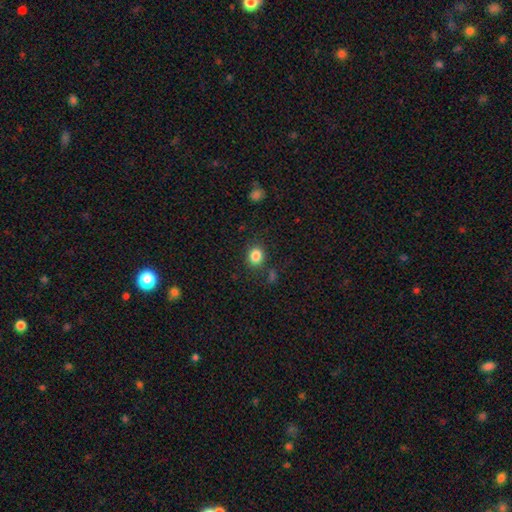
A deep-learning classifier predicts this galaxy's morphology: smooth_or_featured: smooth (p=0.85) [alt: star or artifact p=0.11]
how_rounded: round (p=0.66) [alt: in between p=0.33]
merging: none (p=0.82) [alt: minor disturbance p=0.10]